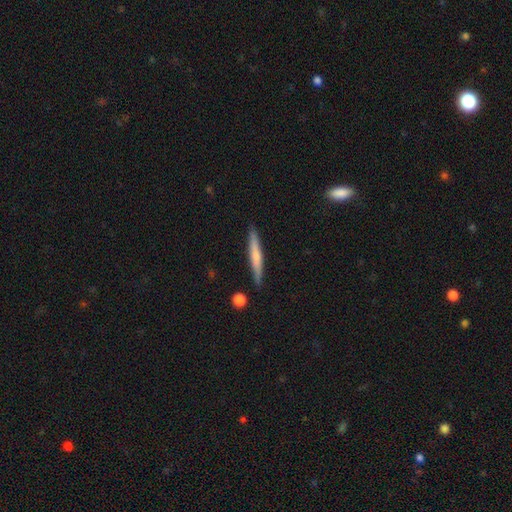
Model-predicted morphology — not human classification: smooth-or-featured: smooth: 55% | featured or disk: 39% | star or artifact: 5%
  how-rounded: cigar-shaped: 95% | in between: 3% | round: 1%
  merging: none: 88% | minor disturbance: 8% | merger: 2% | major disturbance: 2%